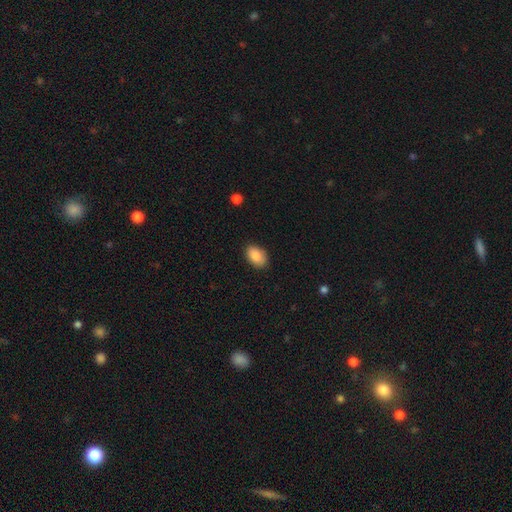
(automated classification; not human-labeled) A smooth galaxy with no disk features (87%) that is in between round and cigar-shaped (86%).

Vote fractions:
- Smooth or featured? smooth: 87% / star or artifact: 7% / featured or disk: 5%
- How rounded? in between: 86% / round: 13% / cigar-shaped: 1%
- Merging? none: 85% / minor disturbance: 12% / major disturbance: 2% / merger: 1%